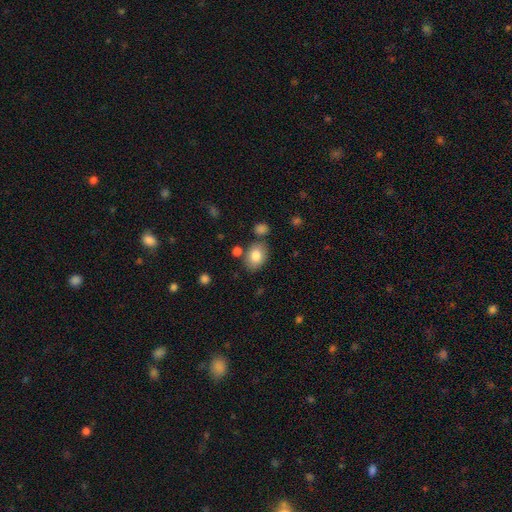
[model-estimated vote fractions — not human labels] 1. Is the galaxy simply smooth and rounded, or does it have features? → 82% smooth, 10% featured or disk, 8% star or artifact.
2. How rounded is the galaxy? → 74% in between, 25% round, 1% cigar-shaped.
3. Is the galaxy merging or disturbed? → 73% none, 15% minor disturbance, 9% merger, 4% major disturbance.